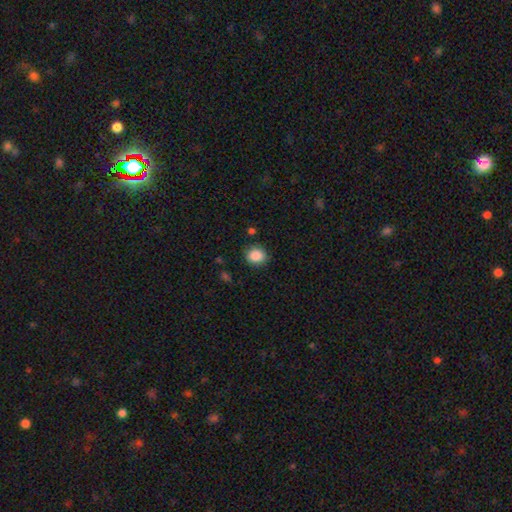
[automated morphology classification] A smooth galaxy with no disk features (87%) that is round (72%).

Vote fractions:
- Smooth or featured? smooth: 87% / star or artifact: 9% / featured or disk: 3%
- How rounded? round: 72% / in between: 27% / cigar-shaped: 1%
- Merging? none: 83% / minor disturbance: 12% / major disturbance: 3% / merger: 2%